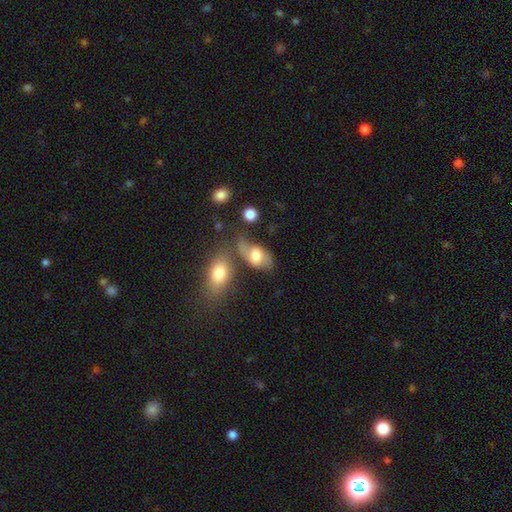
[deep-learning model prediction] A smooth galaxy with no disk features (64%) that is in between round and cigar-shaped (89%).

Vote fractions:
- Smooth or featured? smooth: 64% / featured or disk: 27% / star or artifact: 8%
- How rounded? in between: 89% / round: 8% / cigar-shaped: 3%
- Merging? none: 43% / minor disturbance: 24% / merger: 20% / major disturbance: 14%